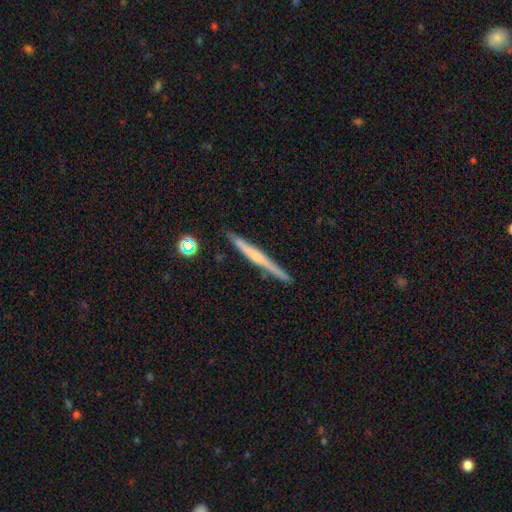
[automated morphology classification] A featured or disk galaxy (61%) viewed edge-on (98%) with no central bulge (50%).

Vote fractions:
- Smooth or featured? featured or disk: 61% / smooth: 33% / star or artifact: 6%
- Edge-on disk? yes: 98% / no: 2%
- Edge-on bulge? none: 50% / rounded: 40% / boxy: 10%
- Merging? none: 89% / minor disturbance: 8% / merger: 2% / major disturbance: 1%